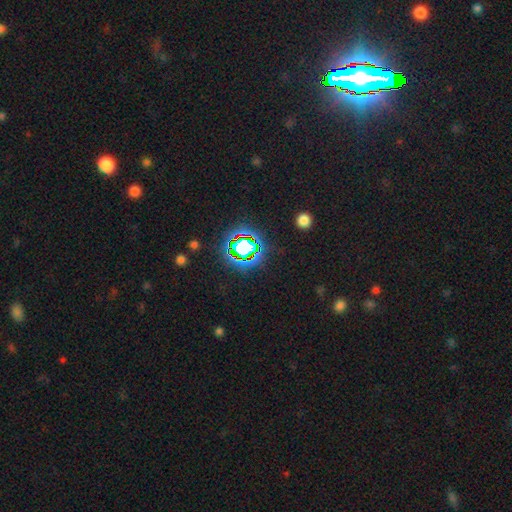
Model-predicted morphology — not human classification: A star or artifact, not a galaxy (80%).